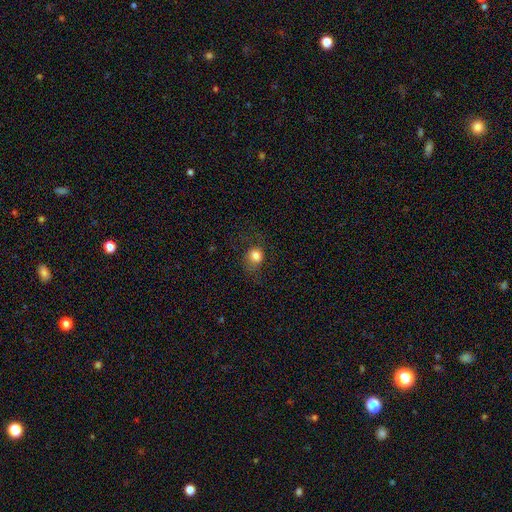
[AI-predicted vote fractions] A smooth galaxy with no disk features (79%) that is round (72%).

Vote fractions:
- Smooth or featured? smooth: 79% / star or artifact: 11% / featured or disk: 10%
- How rounded? round: 72% / in between: 27% / cigar-shaped: 1%
- Merging? none: 63% / minor disturbance: 20% / major disturbance: 16% / merger: 1%